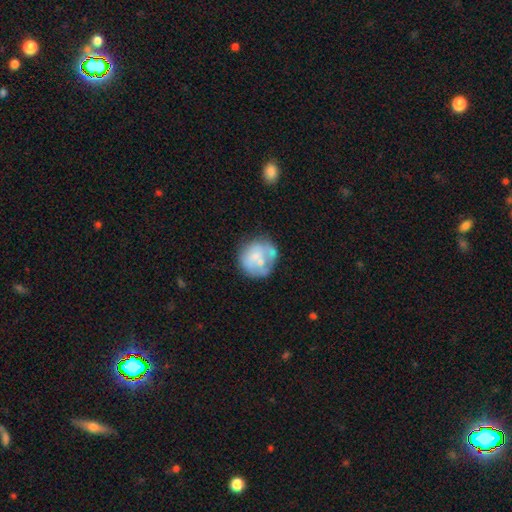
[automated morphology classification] Smooth or featured? smooth (49%)
Merging? none (53%)